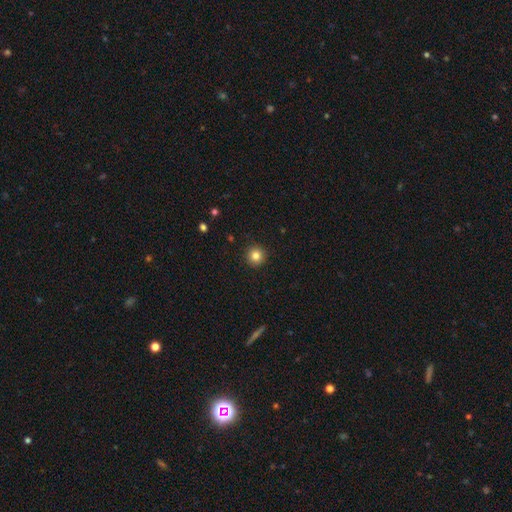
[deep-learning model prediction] Q: Smooth or featured?
A: smooth (83%); runner-up: star or artifact (11%)
Q: How rounded?
A: round (96%); runner-up: in between (4%)
Q: Merging?
A: none (93%); runner-up: minor disturbance (5%)